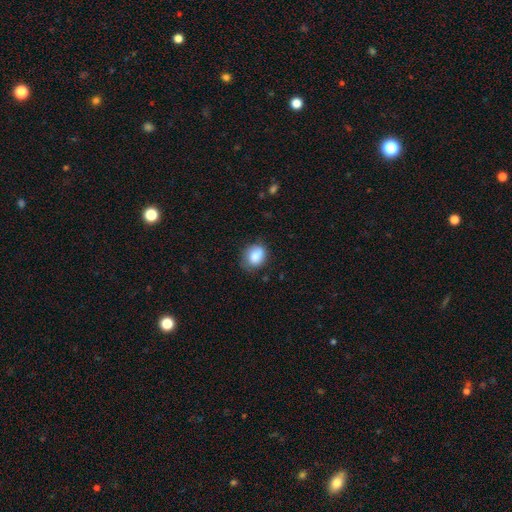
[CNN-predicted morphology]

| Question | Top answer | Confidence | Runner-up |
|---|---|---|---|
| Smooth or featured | smooth | 84% | featured or disk (8%) |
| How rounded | in between | 50% | round (49%) |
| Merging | none | 67% | minor disturbance (25%) |